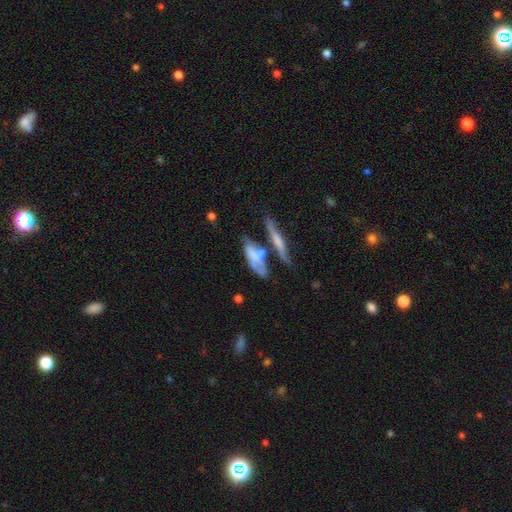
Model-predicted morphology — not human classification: The model was most divided on "smooth or featured": smooth: 49%, featured or disk: 43%, star or artifact: 7%. Remaining: merging — merger (38%).